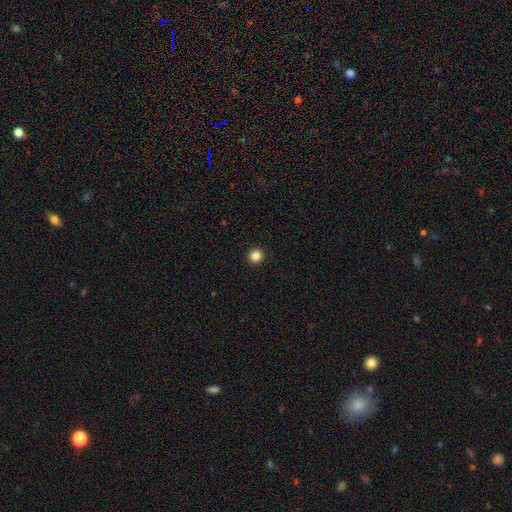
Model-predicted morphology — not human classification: This is clearly a smooth galaxy (85%). How rounded: clearly round (95%). Merging: clearly none (94%).